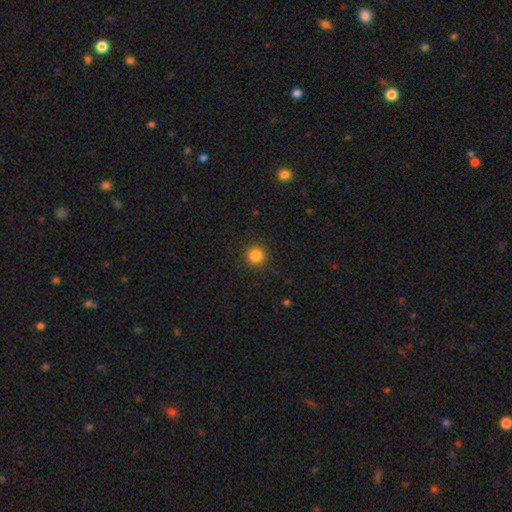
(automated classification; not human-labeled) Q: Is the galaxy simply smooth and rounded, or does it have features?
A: smooth — 85%.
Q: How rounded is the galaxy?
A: round — 94%.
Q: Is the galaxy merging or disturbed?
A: none — 90%.